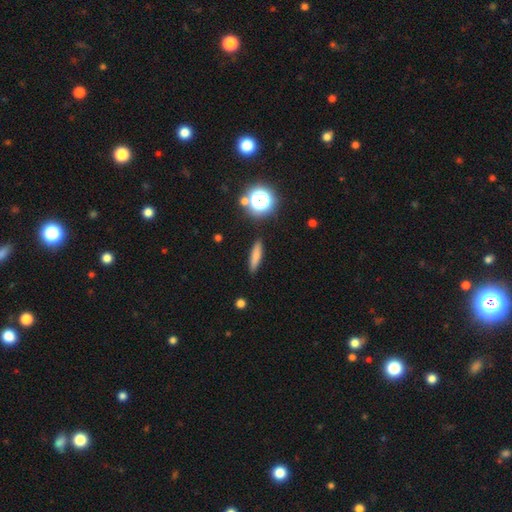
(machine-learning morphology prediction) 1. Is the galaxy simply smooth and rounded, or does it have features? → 74% smooth, 14% featured or disk, 12% star or artifact.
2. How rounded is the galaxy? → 77% cigar-shaped, 16% in between, 6% round.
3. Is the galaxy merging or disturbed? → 87% none, 8% minor disturbance, 2% major disturbance, 2% merger.